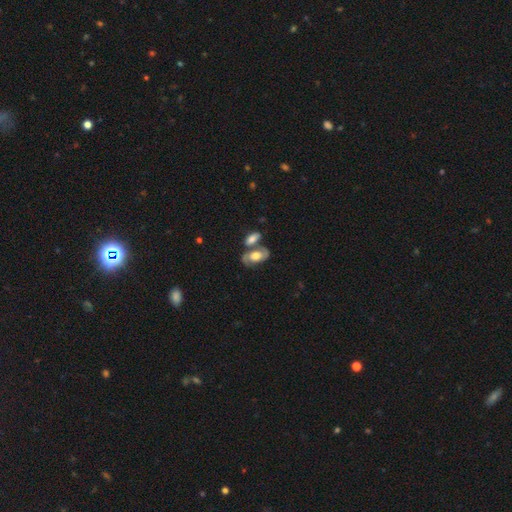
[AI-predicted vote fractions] Smooth or featured? Predicted: featured or disk (p=0.58). Edge-on disk? Predicted: no (p=0.93). Bar? Predicted: no (p=0.69). Spiral arms? Predicted: yes (p=0.78). Bulge size? Predicted: moderate (p=0.52). Merging? Predicted: none (p=0.46).